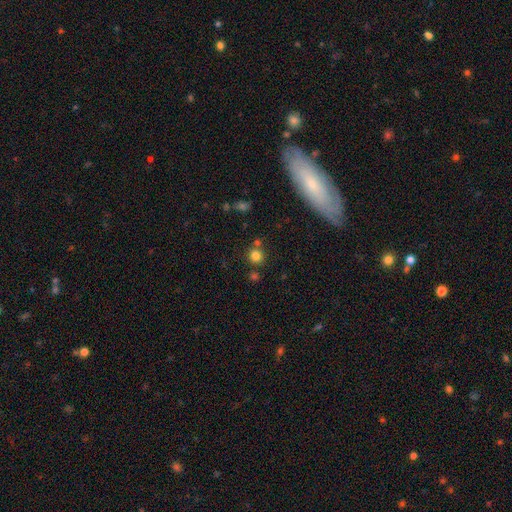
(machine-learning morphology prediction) Q: Smooth or featured?
A: smooth (79%); runner-up: star or artifact (14%)
Q: How rounded?
A: round (92%); runner-up: in between (7%)
Q: Merging?
A: none (75%); runner-up: merger (14%)